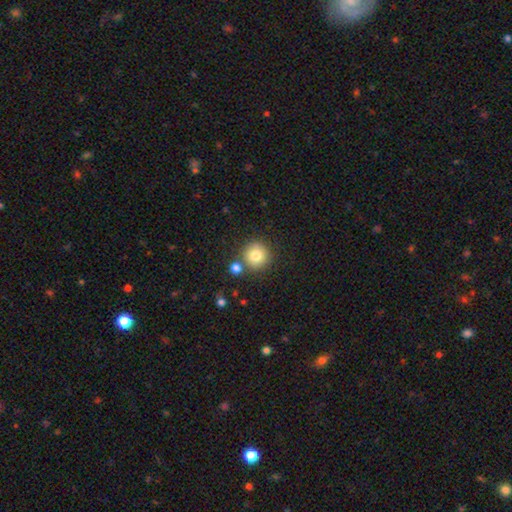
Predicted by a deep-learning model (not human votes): Smooth or featured?
  - smooth: 80% *
  - star or artifact: 10%
  - featured or disk: 9%
How rounded?
  - round: 94% *
  - in between: 5%
  - cigar-shaped: 1%
Merging?
  - none: 75% *
  - merger: 13%
  - minor disturbance: 8%
  - major disturbance: 3%